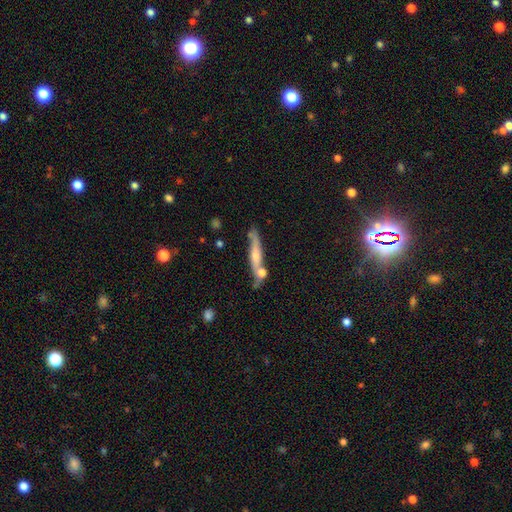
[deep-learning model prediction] Smooth or featured?
  - featured or disk: 55% *
  - smooth: 37%
  - star or artifact: 8%
Edge-on disk?
  - yes: 85% *
  - no: 15%
Merging?
  - none: 61% *
  - merger: 18%
  - minor disturbance: 16%
  - major disturbance: 5%